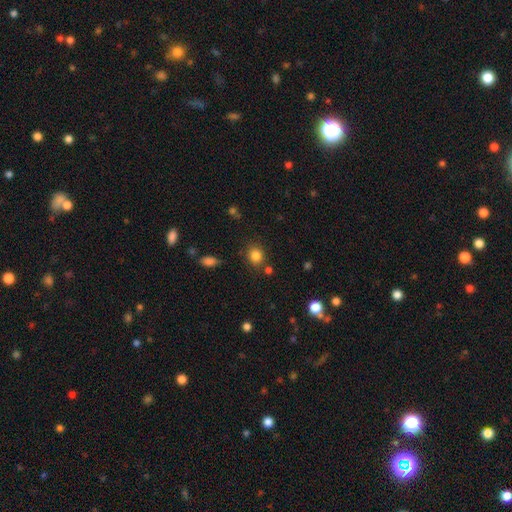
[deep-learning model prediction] Smooth or featured?
  - smooth: 83% *
  - star or artifact: 12%
  - featured or disk: 5%
How rounded?
  - round: 76% *
  - in between: 23%
  - cigar-shaped: 1%
Merging?
  - none: 79% *
  - minor disturbance: 10%
  - merger: 7%
  - major disturbance: 4%